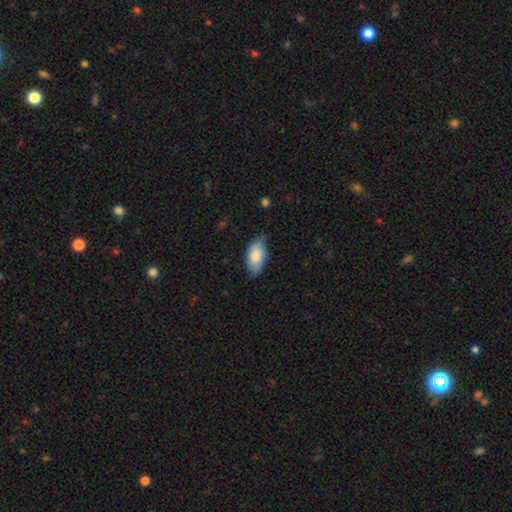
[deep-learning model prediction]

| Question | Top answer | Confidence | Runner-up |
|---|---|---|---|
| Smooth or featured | smooth | 83% | featured or disk (11%) |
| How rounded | in between | 93% | cigar-shaped (4%) |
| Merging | none | 71% | minor disturbance (25%) |